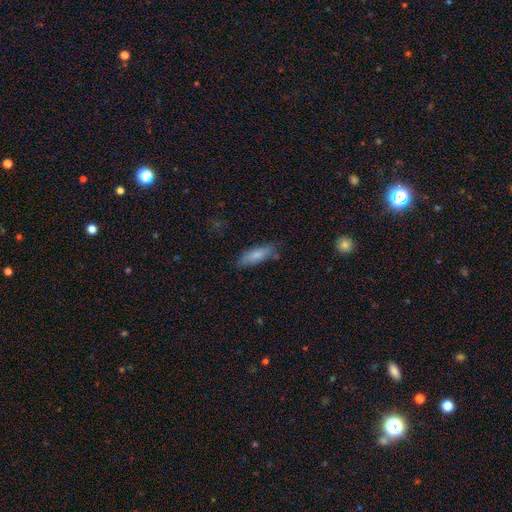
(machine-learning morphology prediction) Overall: smooth (80%). How rounded: in between (54%; cigar-shaped 44%). Merging: none (73%).